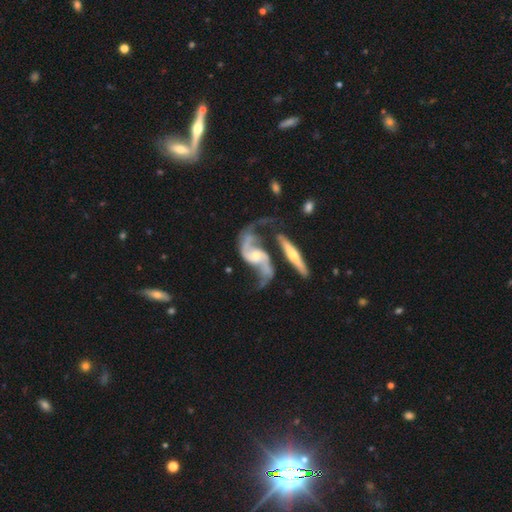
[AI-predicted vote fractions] smooth_or_featured: featured or disk (p=0.89) [alt: smooth p=0.06]
disk_edge_on: no (p=0.93) [alt: yes p=0.07]
bar: no (p=0.51) [alt: weak p=0.35]
has_spiral_arms: yes (p=0.96) [alt: no p=0.04]
spiral_winding: loose (p=0.64) [alt: medium p=0.29]
spiral_arm_count: 2 (p=0.90) [alt: can't tell p=0.03]
bulge_size: small (p=0.48) [alt: moderate p=0.43]
merging: none (p=0.34) [alt: merger p=0.32]